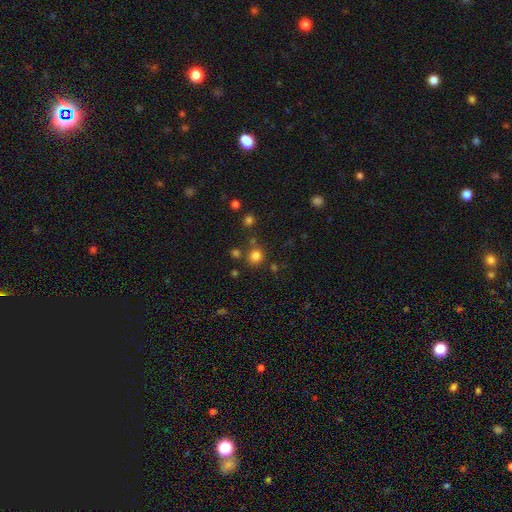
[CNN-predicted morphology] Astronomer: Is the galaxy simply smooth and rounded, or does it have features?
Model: smooth — 79%.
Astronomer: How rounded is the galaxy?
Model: round — 88%.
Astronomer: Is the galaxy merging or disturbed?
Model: none — 77%.